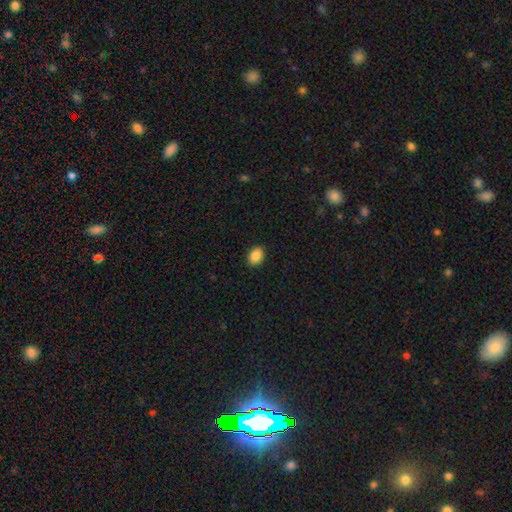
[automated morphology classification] smooth_or_featured: smooth (p=0.88) [alt: star or artifact p=0.08]
how_rounded: in between (p=0.75) [alt: round p=0.24]
merging: none (p=0.90) [alt: minor disturbance p=0.07]